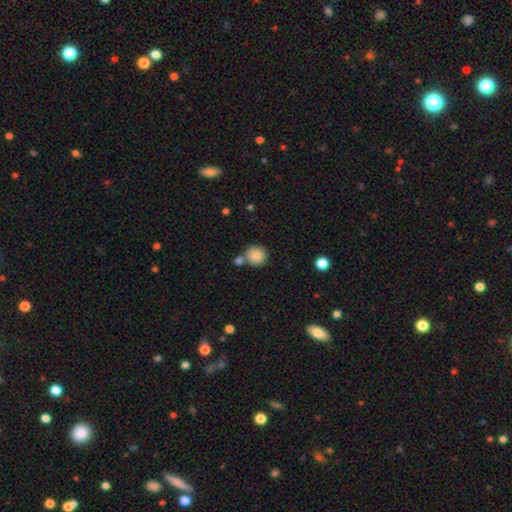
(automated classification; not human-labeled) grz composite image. It shows a smooth galaxy with no disk features (84%) that is round (92%). Merging: none (63%).